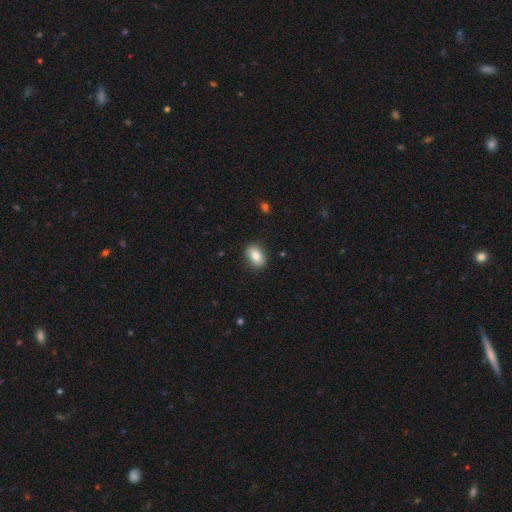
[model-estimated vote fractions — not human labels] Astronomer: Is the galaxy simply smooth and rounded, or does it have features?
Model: smooth — 82%.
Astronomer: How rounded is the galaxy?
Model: in between — 79%.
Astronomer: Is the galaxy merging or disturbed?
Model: none — 88%.